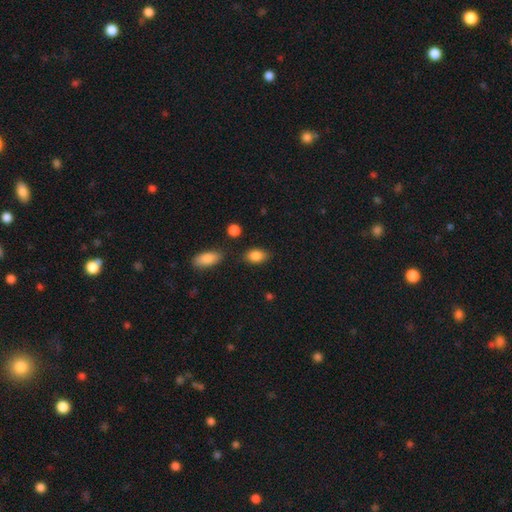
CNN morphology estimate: Smooth or featured? smooth (86%)
How rounded? in between (86%)
Merging? none (78%)